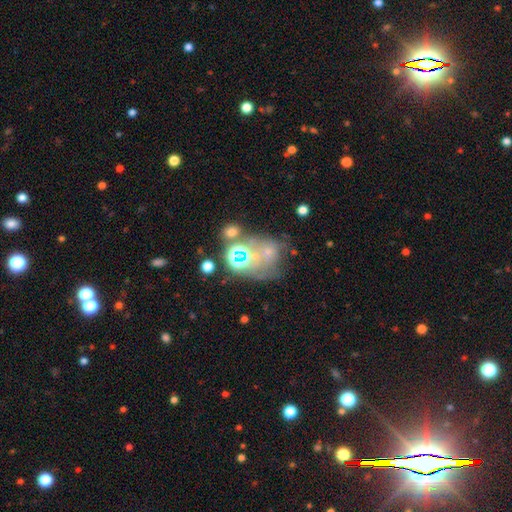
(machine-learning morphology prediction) featured or disk 37%, star or artifact 36%, smooth 27%. Down the decision tree: merging — none (33%).